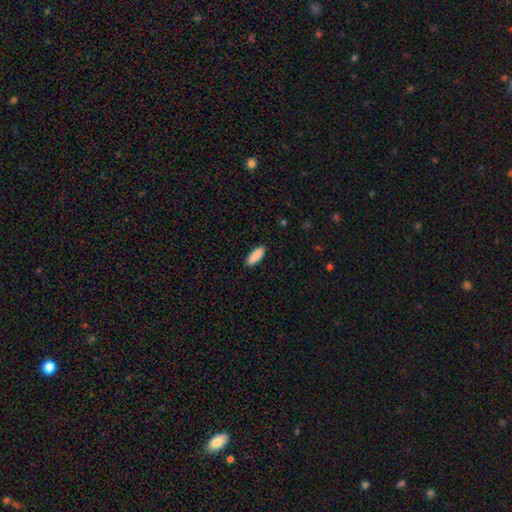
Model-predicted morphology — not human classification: Smooth or featured? smooth (90%)
How rounded? in between (68%)
Merging? none (90%)